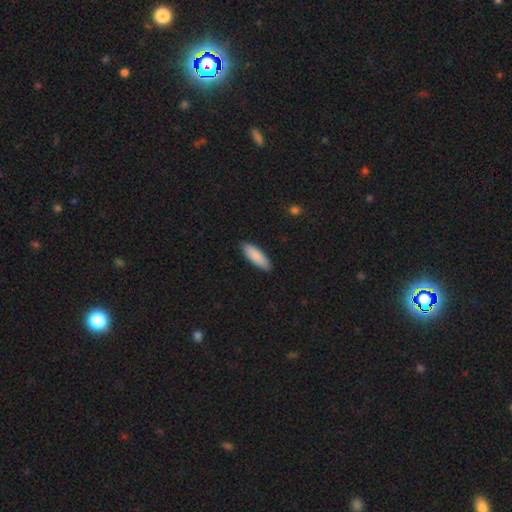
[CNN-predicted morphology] This is clearly a smooth galaxy (89%). How rounded: likely in between (61%). Merging: clearly none (89%).